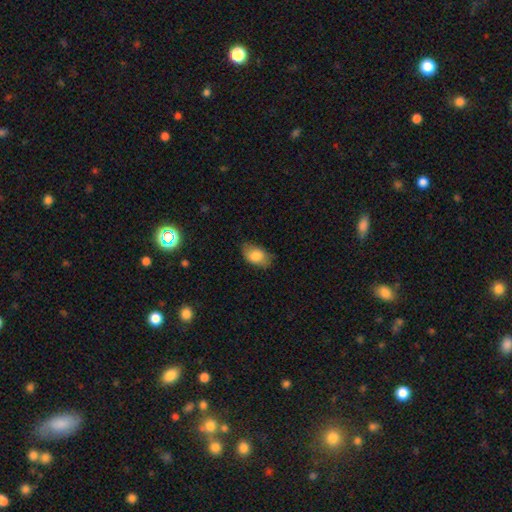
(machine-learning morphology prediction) The model was most divided on "merging": none: 74%, minor disturbance: 21%, major disturbance: 4%, merger: 1%. More confident: how rounded — in between (90%); smooth or featured — smooth (82%).